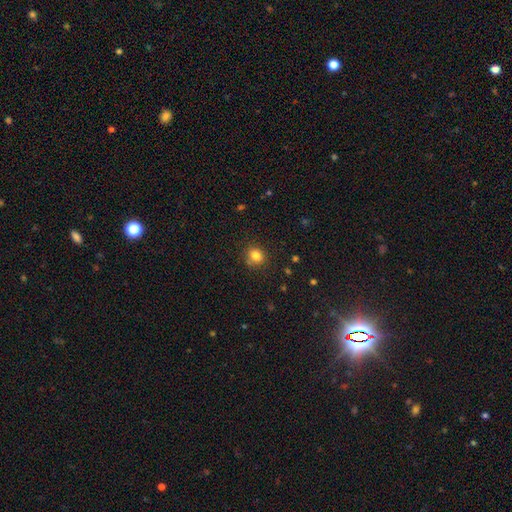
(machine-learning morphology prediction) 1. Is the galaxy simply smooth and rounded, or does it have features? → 82% smooth, 12% star or artifact, 6% featured or disk.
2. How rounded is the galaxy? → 76% round, 23% in between, 1% cigar-shaped.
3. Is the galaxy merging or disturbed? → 78% none, 13% minor disturbance, 6% merger, 4% major disturbance.